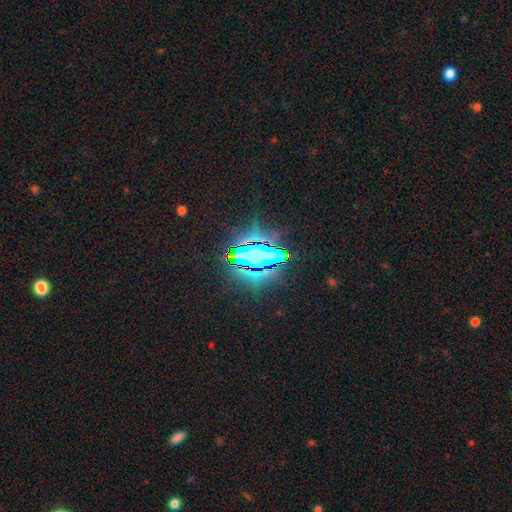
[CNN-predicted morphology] Overall: star or artifact (72%).